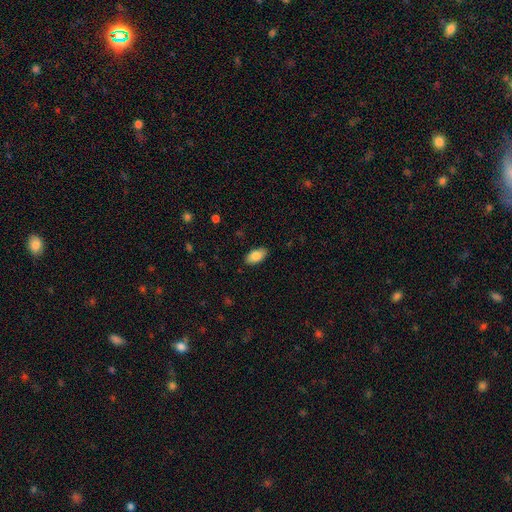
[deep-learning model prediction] Smooth or featured: smooth — 86% (featured or disk — 7%)
How rounded: in between — 93% (cigar-shaped — 4%)
Merging: none — 87% (minor disturbance — 9%)